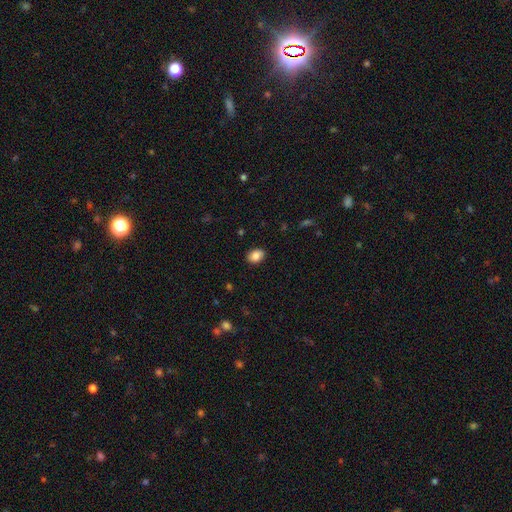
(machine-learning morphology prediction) smooth 87%, star or artifact 8%, featured or disk 5%. Down the decision tree: how rounded — in between (74%); merging — none (88%).